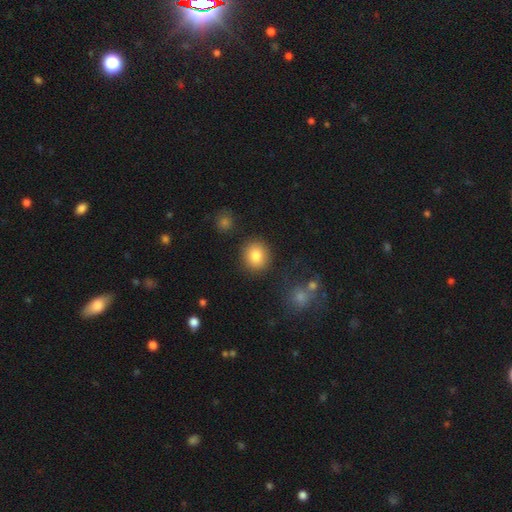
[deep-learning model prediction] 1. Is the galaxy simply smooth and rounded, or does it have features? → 83% smooth, 9% star or artifact, 7% featured or disk.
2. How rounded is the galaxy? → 82% round, 17% in between, 1% cigar-shaped.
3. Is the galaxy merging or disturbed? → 87% none, 8% minor disturbance, 3% merger, 3% major disturbance.